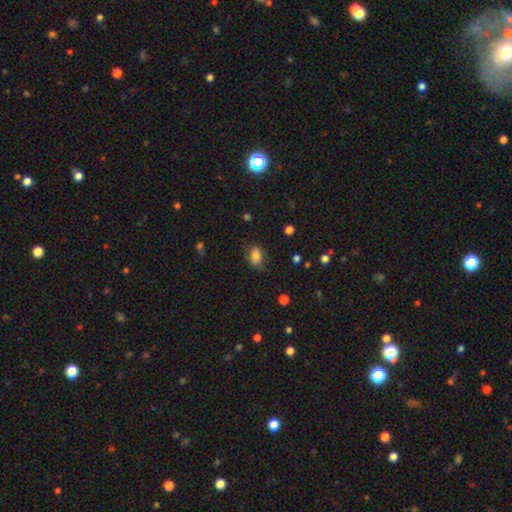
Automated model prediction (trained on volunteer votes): Smooth or featured?
  - smooth: 81% *
  - star or artifact: 10%
  - featured or disk: 9%
How rounded?
  - in between: 84% *
  - round: 13%
  - cigar-shaped: 3%
Merging?
  - none: 74% *
  - minor disturbance: 19%
  - major disturbance: 5%
  - merger: 2%